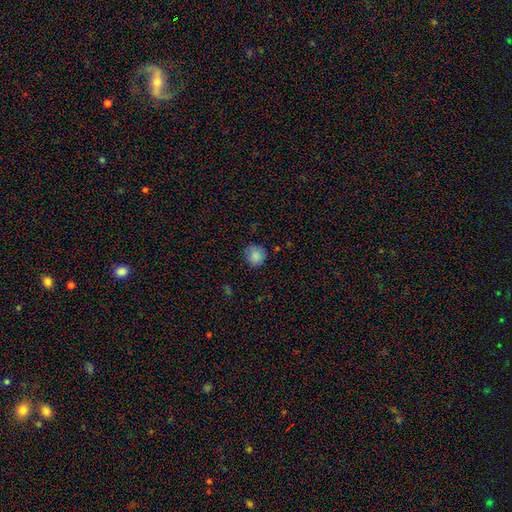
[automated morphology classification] A smooth galaxy with no disk features (85%) that is round (89%).

Vote fractions:
- Smooth or featured? smooth: 85% / star or artifact: 10% / featured or disk: 6%
- How rounded? round: 89% / in between: 10% / cigar-shaped: 1%
- Merging? none: 79% / minor disturbance: 16% / major disturbance: 3% / merger: 1%